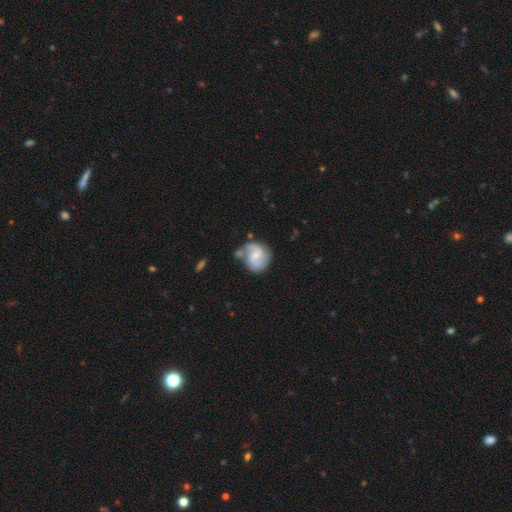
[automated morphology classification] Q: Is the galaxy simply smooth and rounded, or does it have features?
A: featured or disk — 72%.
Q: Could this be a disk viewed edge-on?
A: no — 98%.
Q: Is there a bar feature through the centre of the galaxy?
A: weak — 47%.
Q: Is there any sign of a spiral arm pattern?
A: yes — 93%.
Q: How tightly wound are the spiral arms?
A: medium — 49%.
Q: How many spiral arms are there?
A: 2 — 83%.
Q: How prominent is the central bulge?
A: small — 51%.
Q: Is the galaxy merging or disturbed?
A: none — 53%.